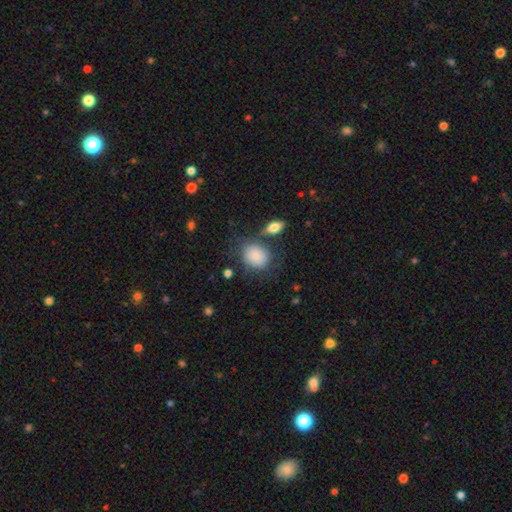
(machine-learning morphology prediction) Smooth or featured? smooth (84%)
How rounded? in between (51%)
Merging? none (59%)